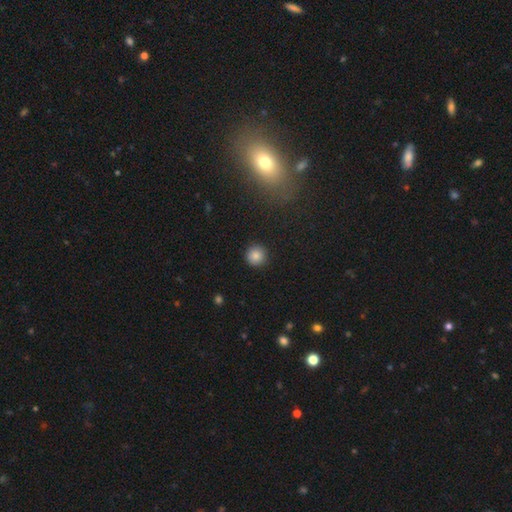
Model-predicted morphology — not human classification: Smooth or featured? smooth (85%)
How rounded? round (95%)
Merging? none (92%)